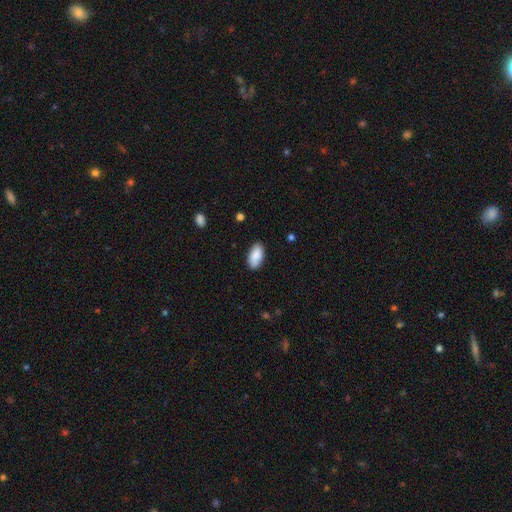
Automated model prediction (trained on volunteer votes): Smooth or featured? smooth (88%)
How rounded? in between (94%)
Merging? none (86%)